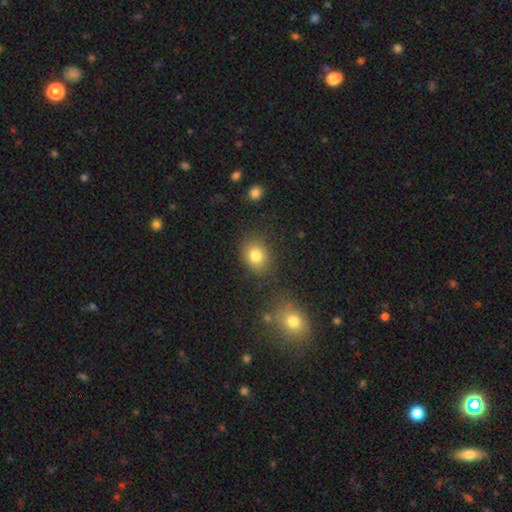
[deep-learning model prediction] smooth 81%, star or artifact 11%, featured or disk 8%. Down the decision tree: how rounded — round (55%); merging — none (78%).